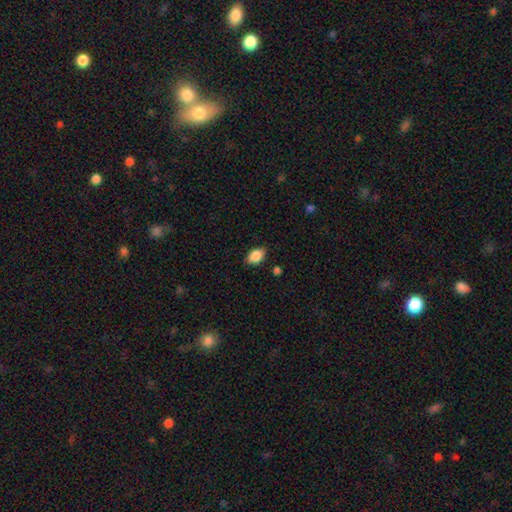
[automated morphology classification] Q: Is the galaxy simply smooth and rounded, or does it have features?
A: smooth — 87%.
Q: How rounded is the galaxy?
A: in between — 86%.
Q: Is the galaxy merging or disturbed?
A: none — 83%.